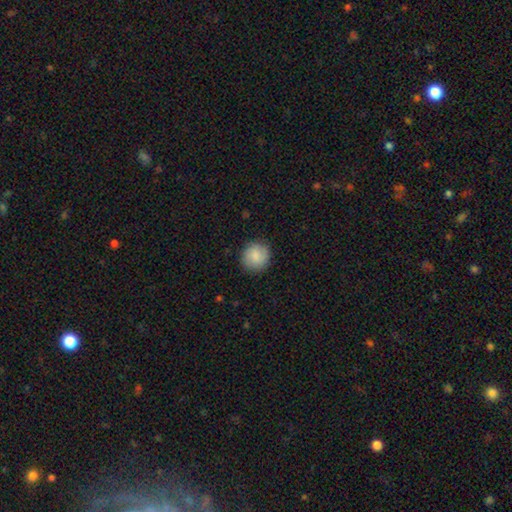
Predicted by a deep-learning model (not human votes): smooth 84%, featured or disk 9%, star or artifact 6%. Down the decision tree: how rounded — round (89%); merging — none (88%).